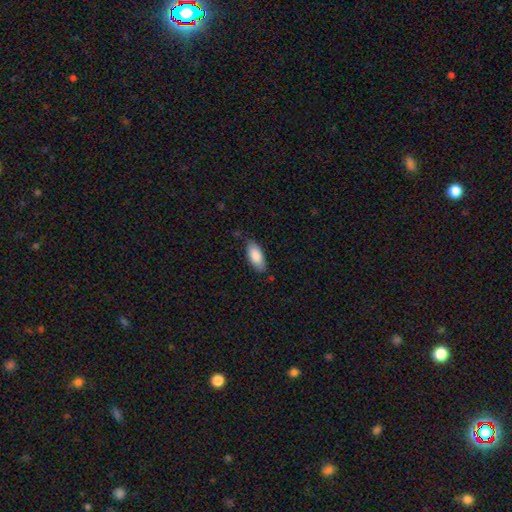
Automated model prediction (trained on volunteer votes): Smooth or featured? Predicted: smooth (p=0.85). How rounded? Predicted: in between (p=0.87). Merging? Predicted: none (p=0.78).